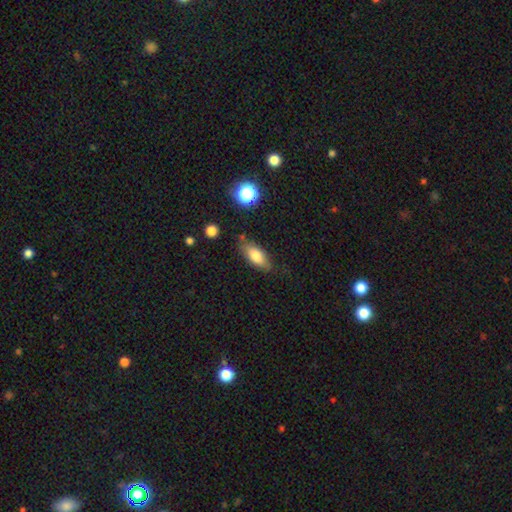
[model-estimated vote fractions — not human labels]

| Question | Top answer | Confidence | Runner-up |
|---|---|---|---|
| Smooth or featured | smooth | 77% | featured or disk (15%) |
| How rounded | in between | 79% | cigar-shaped (18%) |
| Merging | none | 75% | minor disturbance (17%) |